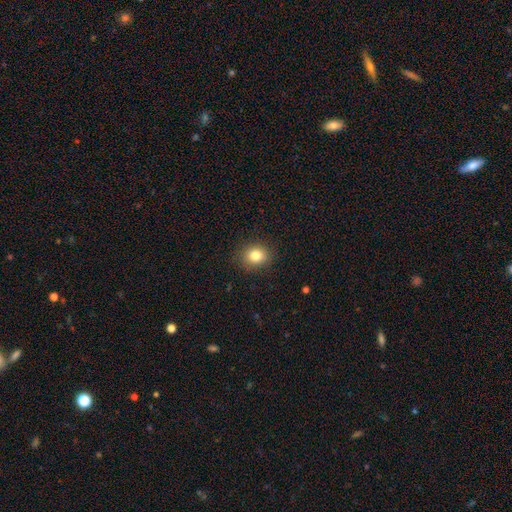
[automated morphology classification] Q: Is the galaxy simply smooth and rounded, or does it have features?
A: smooth — 82%.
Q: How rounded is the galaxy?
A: round — 69%.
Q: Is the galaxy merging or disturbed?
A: none — 89%.